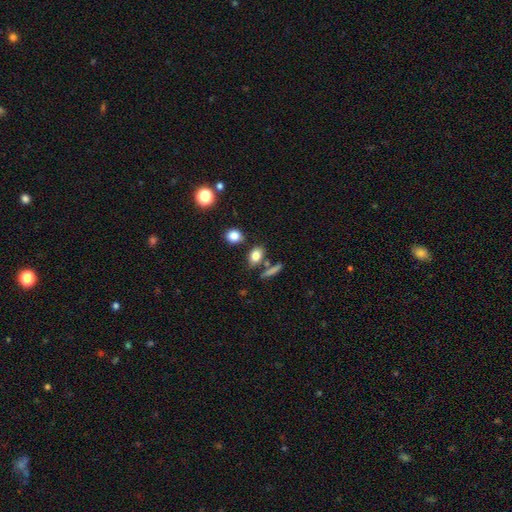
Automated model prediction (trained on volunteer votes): A smooth galaxy with no disk features (81%) that is in between round and cigar-shaped (72%). Merging: none (70%).